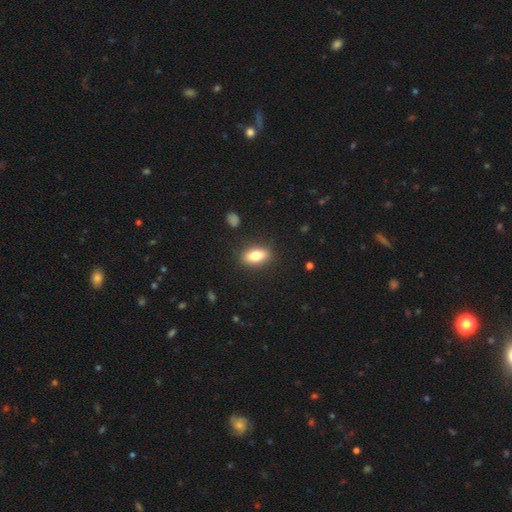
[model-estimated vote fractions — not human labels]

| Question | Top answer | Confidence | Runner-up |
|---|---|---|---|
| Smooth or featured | smooth | 80% | featured or disk (13%) |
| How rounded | in between | 85% | cigar-shaped (10%) |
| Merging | none | 87% | minor disturbance (9%) |